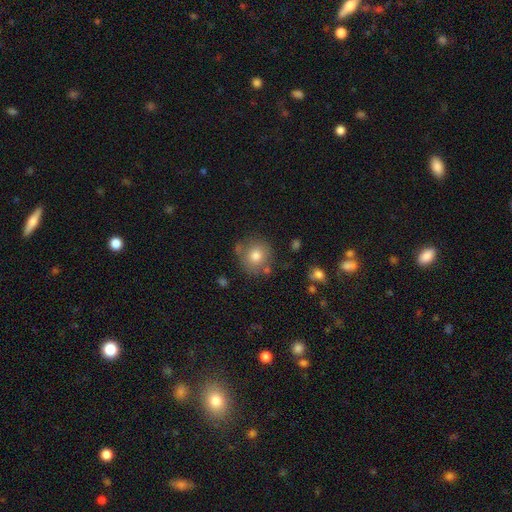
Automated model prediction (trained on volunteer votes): Q: Smooth or featured?
A: smooth (77%); runner-up: featured or disk (13%)
Q: How rounded?
A: round (89%); runner-up: in between (10%)
Q: Merging?
A: none (72%); runner-up: minor disturbance (15%)